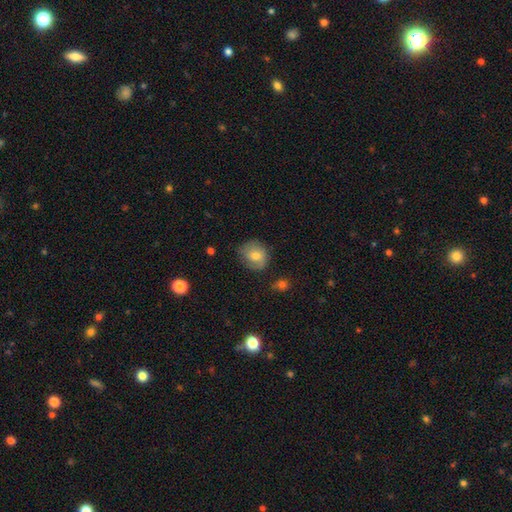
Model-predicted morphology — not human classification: A smooth galaxy with no disk features (65%) that is round (74%). Merging: none (70%).